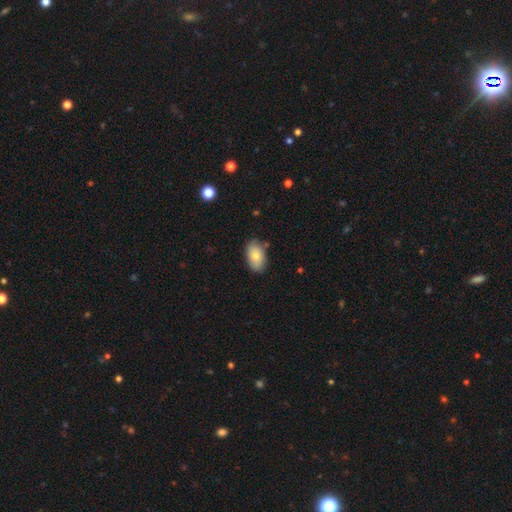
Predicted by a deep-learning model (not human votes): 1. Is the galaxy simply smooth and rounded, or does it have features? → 79% smooth, 14% featured or disk, 7% star or artifact.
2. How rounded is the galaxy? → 93% in between, 6% round, 1% cigar-shaped.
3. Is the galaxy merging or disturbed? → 79% none, 16% minor disturbance, 3% major disturbance, 2% merger.